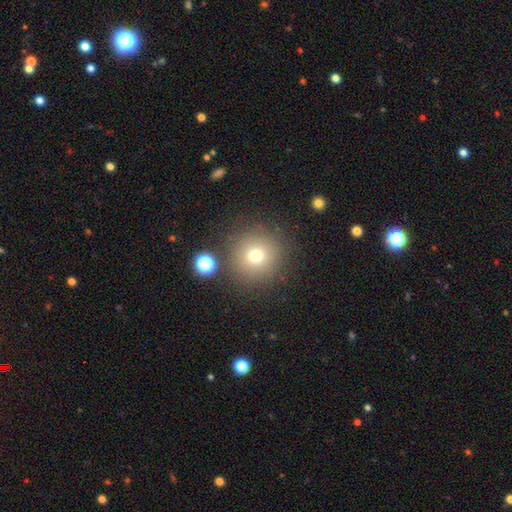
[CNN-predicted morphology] Smooth or featured: smooth — 71% (star or artifact — 17%)
How rounded: round — 95% (in between — 4%)
Merging: none — 83% (minor disturbance — 8%)